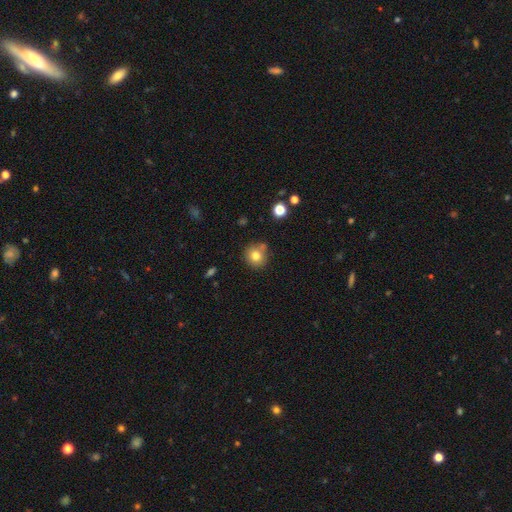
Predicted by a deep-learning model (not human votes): A smooth galaxy with no disk features (78%) that is round (90%).

Vote fractions:
- Smooth or featured? smooth: 78% / star or artifact: 12% / featured or disk: 11%
- How rounded? round: 90% / in between: 9% / cigar-shaped: 1%
- Merging? none: 73% / minor disturbance: 14% / merger: 9% / major disturbance: 3%